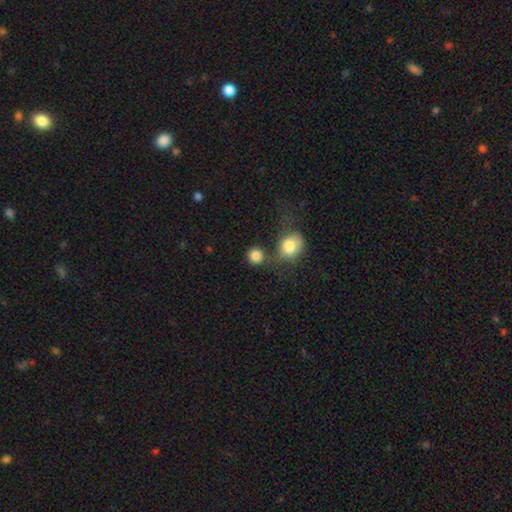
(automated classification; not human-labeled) Q: Smooth or featured?
A: smooth (85%); runner-up: star or artifact (10%)
Q: How rounded?
A: round (90%); runner-up: in between (9%)
Q: Merging?
A: none (65%); runner-up: merger (21%)